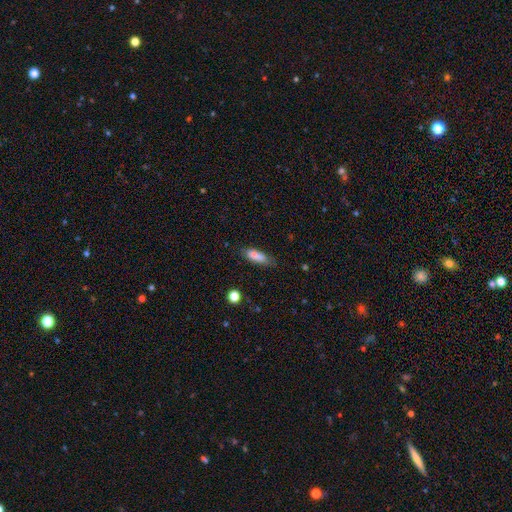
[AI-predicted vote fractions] The model was most divided on "how rounded": in between: 52%, cigar-shaped: 46%, round: 3%. More confident: smooth or featured — smooth (78%); merging — none (60%).